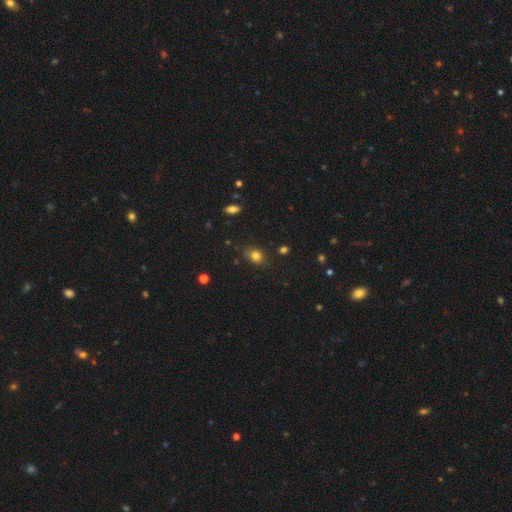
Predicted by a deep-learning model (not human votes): Smooth or featured? smooth (79%)
How rounded? in between (59%)
Merging? none (76%)